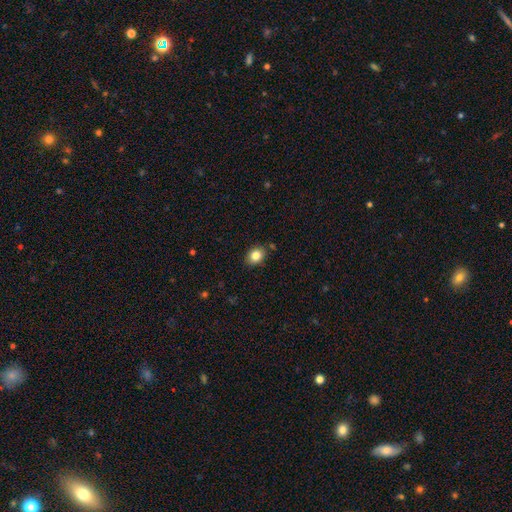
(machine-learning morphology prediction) Smooth or featured?
  - smooth: 83% *
  - star or artifact: 10%
  - featured or disk: 7%
How rounded?
  - in between: 56% *
  - round: 43%
  - cigar-shaped: 1%
Merging?
  - none: 85% *
  - minor disturbance: 11%
  - merger: 3%
  - major disturbance: 2%